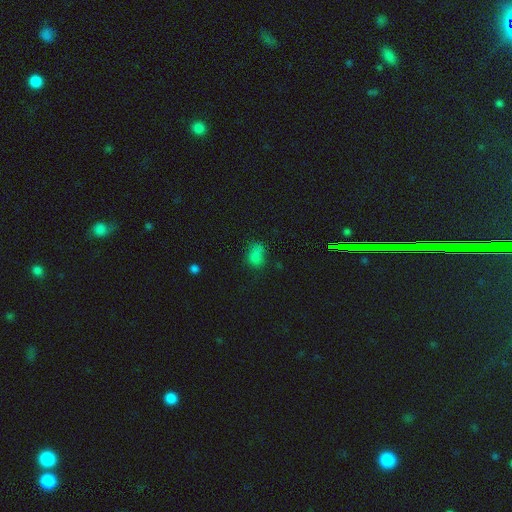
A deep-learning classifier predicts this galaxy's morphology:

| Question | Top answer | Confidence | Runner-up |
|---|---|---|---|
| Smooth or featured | smooth | 75% | star or artifact (17%) |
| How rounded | in between | 82% | round (16%) |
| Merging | none | 53% | minor disturbance (28%) |